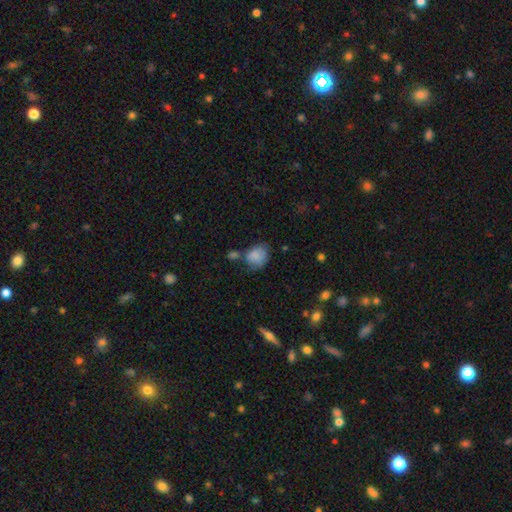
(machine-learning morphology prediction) A smooth galaxy with no disk features (82%) that is in between round and cigar-shaped (51%).

Vote fractions:
- Smooth or featured? smooth: 82% / featured or disk: 10% / star or artifact: 9%
- How rounded? in between: 51% / round: 48% / cigar-shaped: 1%
- Merging? none: 43% / minor disturbance: 27% / merger: 19% / major disturbance: 11%